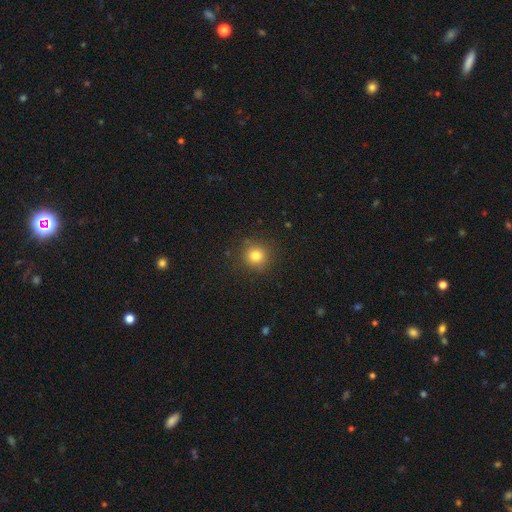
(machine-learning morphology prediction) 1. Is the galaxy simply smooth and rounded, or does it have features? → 81% smooth, 13% star or artifact, 6% featured or disk.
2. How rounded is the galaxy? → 92% round, 7% in between, 1% cigar-shaped.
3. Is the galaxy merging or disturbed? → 88% none, 8% minor disturbance, 3% major disturbance, 1% merger.